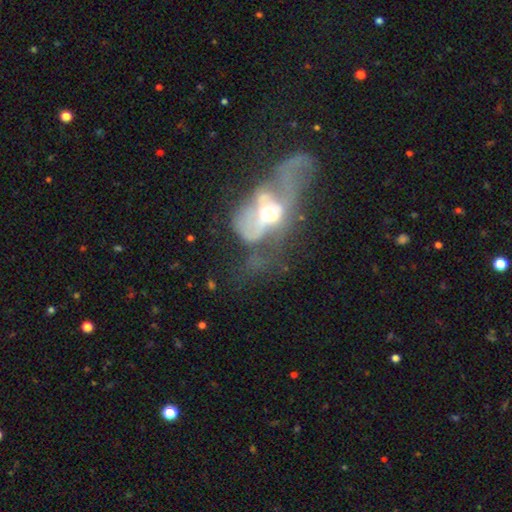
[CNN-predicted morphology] Overall: featured or disk (70%). Edge-on disk: no (88%). Bar: no (69%). Spiral arms: yes (53%; no 47%). Bulge size: moderate (69%). Merging: major disturbance (49%; none 27%).